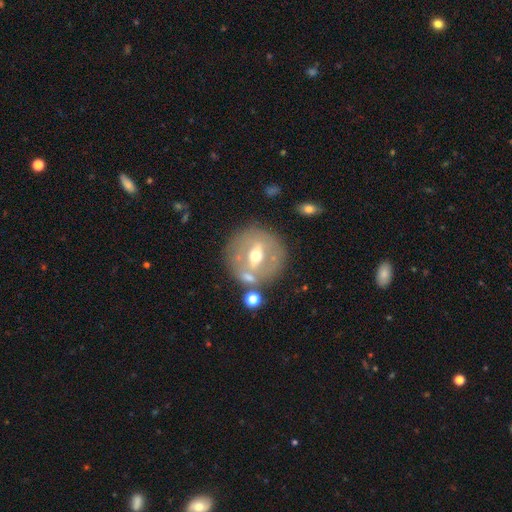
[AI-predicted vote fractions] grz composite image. It shows a featured or disk galaxy (64%) with a strong bar (41%), no spiral arms (74%) and a moderate central bulge (69%). Merging: none (74%).